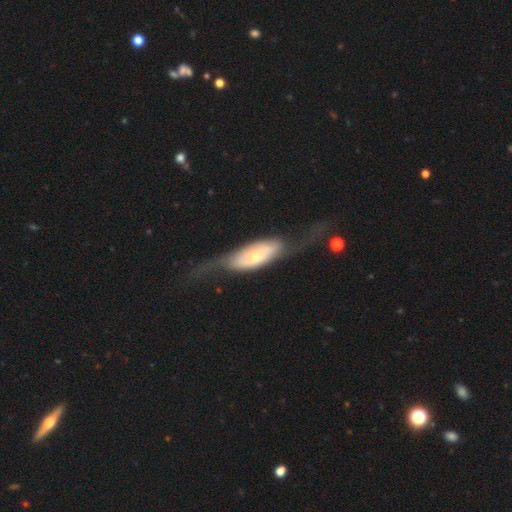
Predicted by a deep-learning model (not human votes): Smooth or featured? Predicted: featured or disk (p=0.63). Edge-on disk? Predicted: no (p=0.70). Merging? Predicted: none (p=0.44).